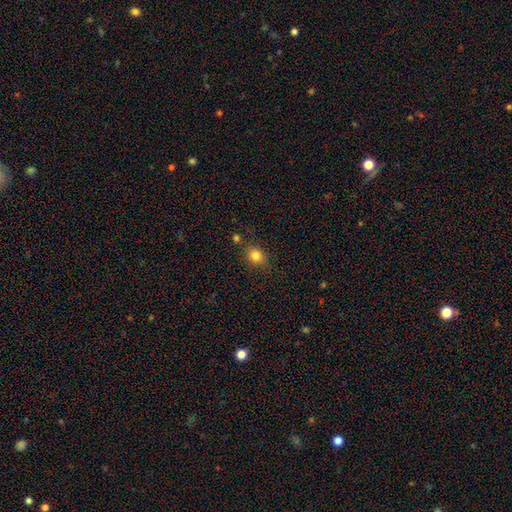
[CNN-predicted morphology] smooth-or-featured: smooth: 82% | star or artifact: 12% | featured or disk: 6%
  how-rounded: round: 77% | in between: 22% | cigar-shaped: 1%
  merging: none: 77% | minor disturbance: 13% | merger: 6% | major disturbance: 4%